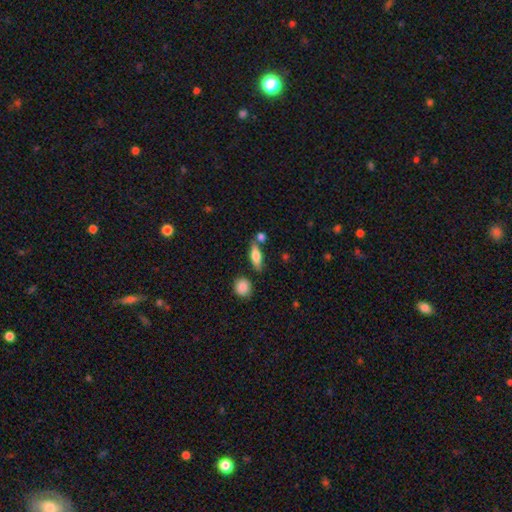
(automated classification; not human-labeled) A smooth galaxy with no disk features (66%) that is in between round and cigar-shaped (60%).

Vote fractions:
- Smooth or featured? smooth: 66% / featured or disk: 27% / star or artifact: 7%
- How rounded? in between: 60% / cigar-shaped: 35% / round: 5%
- Merging? none: 68% / minor disturbance: 14% / merger: 13% / major disturbance: 4%